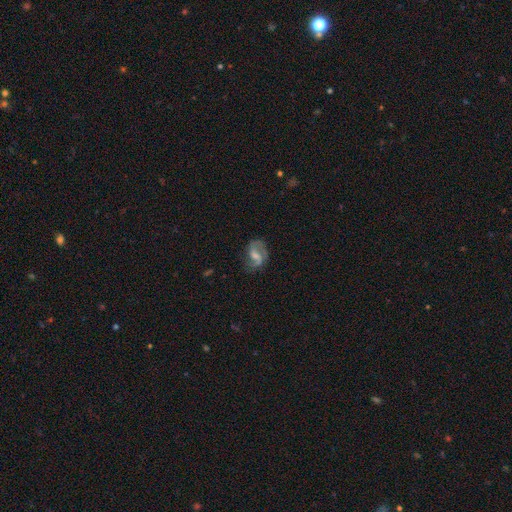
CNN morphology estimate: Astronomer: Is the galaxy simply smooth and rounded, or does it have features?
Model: featured or disk — 73%.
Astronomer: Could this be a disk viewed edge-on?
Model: no — 97%.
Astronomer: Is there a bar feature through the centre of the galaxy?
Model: weak — 52%.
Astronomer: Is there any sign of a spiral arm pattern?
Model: yes — 90%.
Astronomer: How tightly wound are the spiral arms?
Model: medium — 46% (runner-up: loose, 36%).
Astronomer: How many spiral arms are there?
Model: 2 — 81%.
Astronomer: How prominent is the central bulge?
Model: moderate — 45% (runner-up: small, 32%).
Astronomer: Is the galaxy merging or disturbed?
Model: none — 66%.